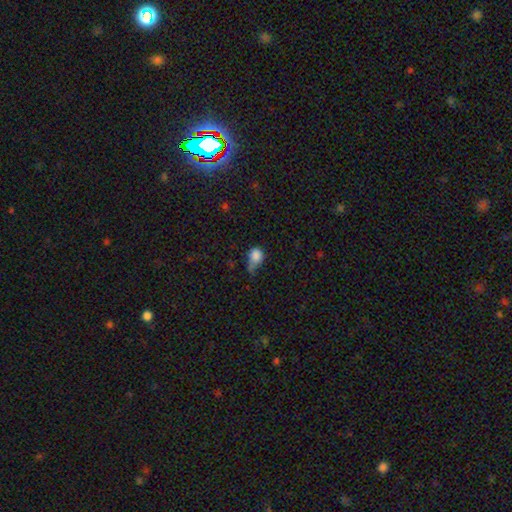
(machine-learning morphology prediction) smooth_or_featured: smooth (p=0.81) [alt: star or artifact p=0.10]
how_rounded: round (p=0.58) [alt: in between p=0.40]
merging: minor disturbance (p=0.36) [alt: major disturbance p=0.29]